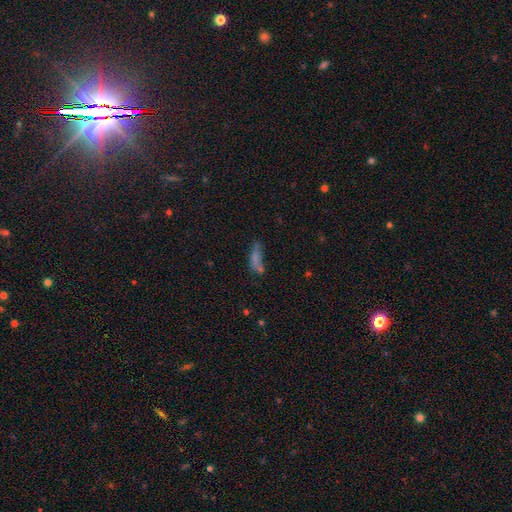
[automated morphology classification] This is likely a smooth galaxy (60%). How rounded: possibly cigar-shaped (52%). Merging: marginally none (44%).